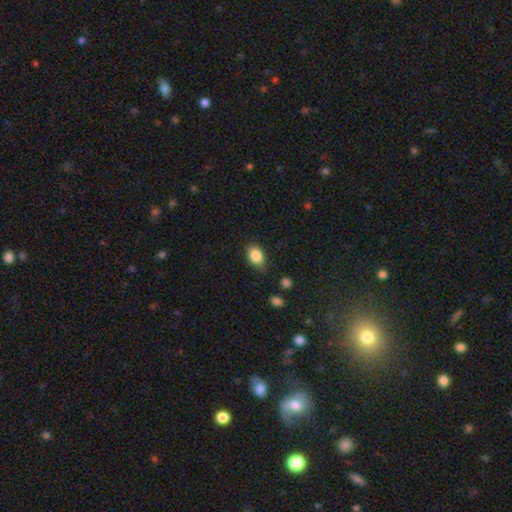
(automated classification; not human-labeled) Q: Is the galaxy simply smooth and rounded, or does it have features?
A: smooth — 85%.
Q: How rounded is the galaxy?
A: in between — 77%.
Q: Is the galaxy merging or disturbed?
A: none — 73%.